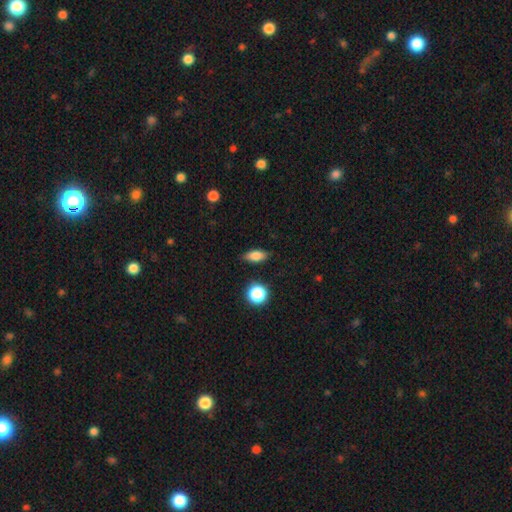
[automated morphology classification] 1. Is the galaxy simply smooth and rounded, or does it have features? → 81% smooth, 10% featured or disk, 10% star or artifact.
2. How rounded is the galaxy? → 77% in between, 14% cigar-shaped, 10% round.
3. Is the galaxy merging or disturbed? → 85% none, 11% minor disturbance, 3% major disturbance, 2% merger.